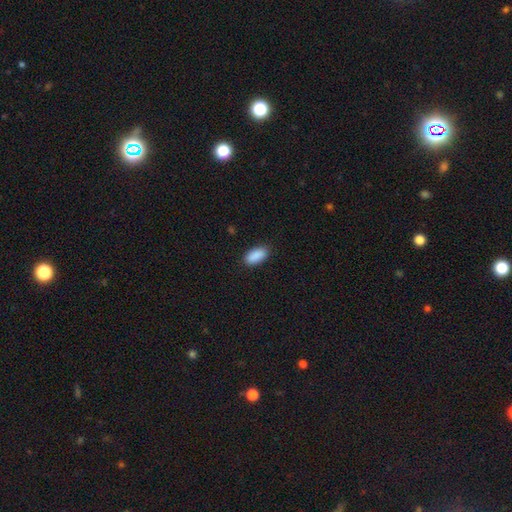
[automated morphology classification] A smooth galaxy with no disk features (91%) that is in between round and cigar-shaped (90%). Merging: none (88%).